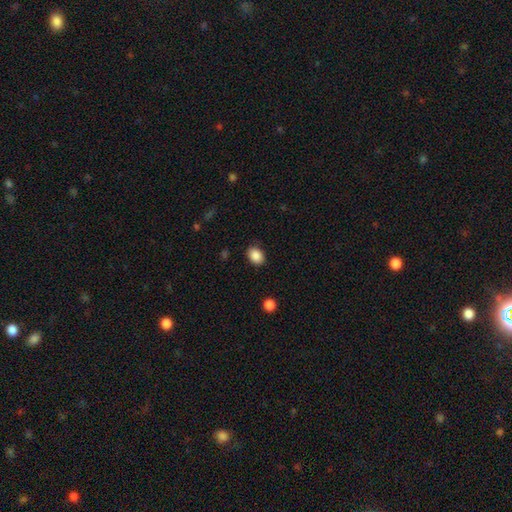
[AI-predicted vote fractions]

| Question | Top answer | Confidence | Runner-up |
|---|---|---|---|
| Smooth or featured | smooth | 88% | star or artifact (8%) |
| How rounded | in between | 68% | round (31%) |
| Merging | none | 85% | minor disturbance (11%) |